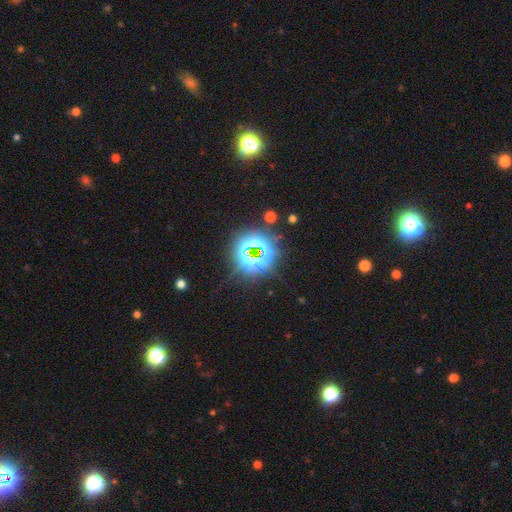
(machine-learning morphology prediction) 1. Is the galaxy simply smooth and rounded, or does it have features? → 77% star or artifact, 13% smooth, 10% featured or disk.